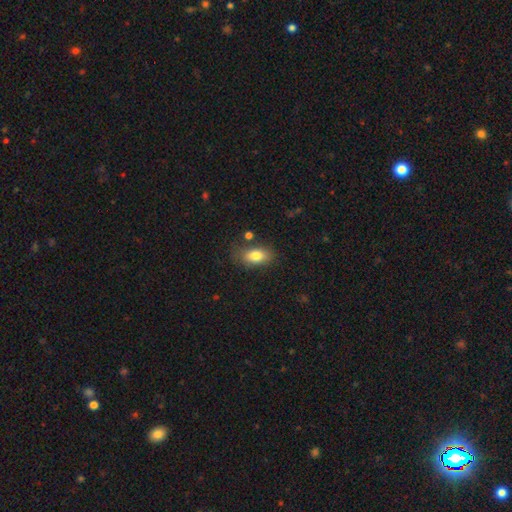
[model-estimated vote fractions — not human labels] Smooth or featured: smooth — 81% (featured or disk — 11%)
How rounded: in between — 88% (round — 8%)
Merging: none — 70% (minor disturbance — 19%)